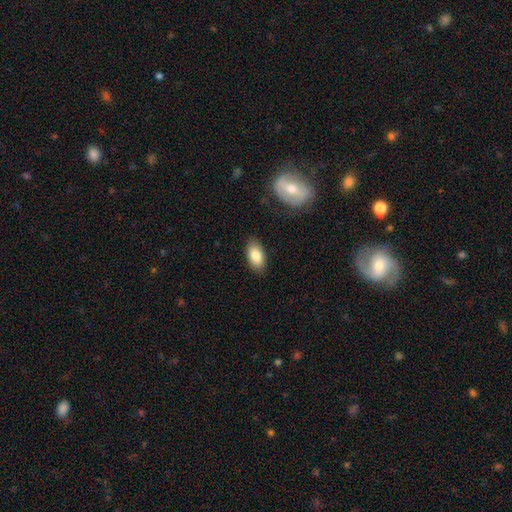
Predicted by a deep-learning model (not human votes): The model was most divided on "smooth or featured": smooth: 82%, featured or disk: 11%, star or artifact: 7%. More confident: how rounded — in between (93%); merging — none (86%).